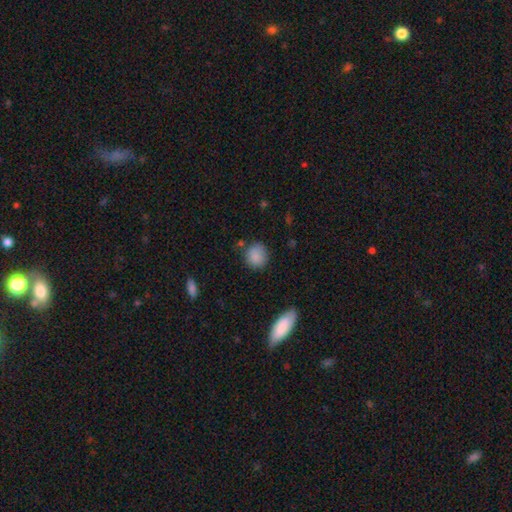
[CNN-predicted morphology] Overall: smooth (86%). How rounded: round (84%). Merging: none (77%).